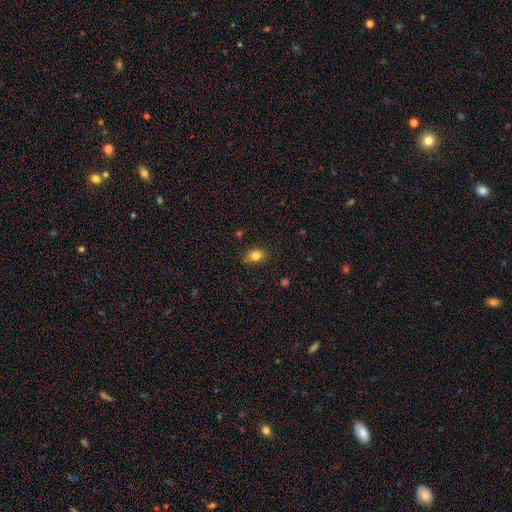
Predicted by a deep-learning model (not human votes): A smooth galaxy with no disk features (81%) that is in between round and cigar-shaped (62%). Merging: none (85%).